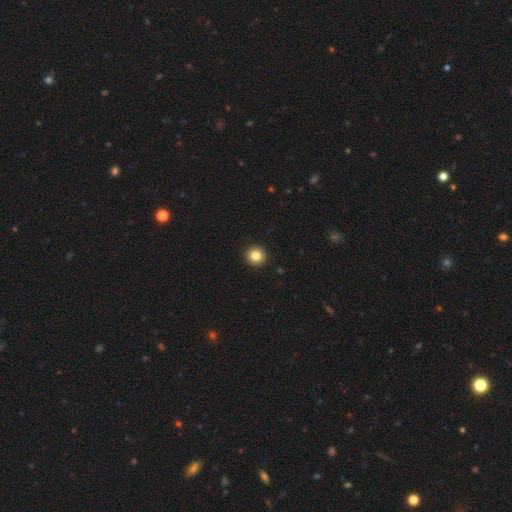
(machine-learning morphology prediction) This is clearly a smooth galaxy (85%). How rounded: clearly round (94%). Merging: clearly none (94%).